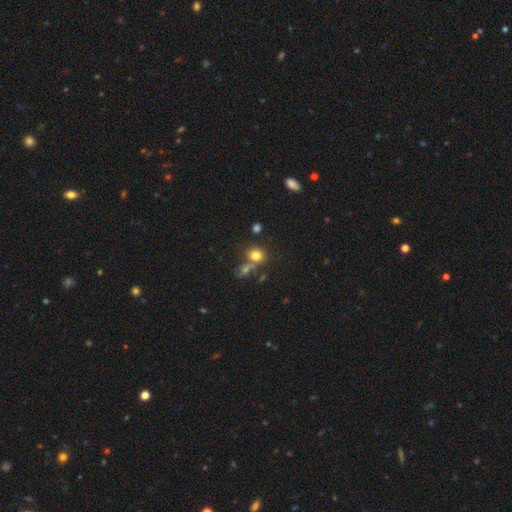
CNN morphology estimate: Smooth or featured? smooth (77%)
How rounded? round (76%)
Merging? none (57%)